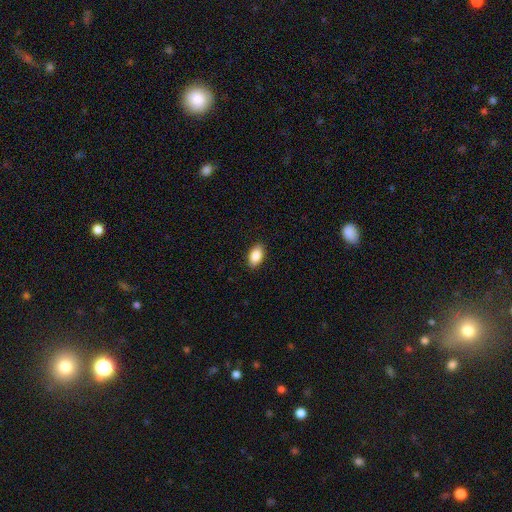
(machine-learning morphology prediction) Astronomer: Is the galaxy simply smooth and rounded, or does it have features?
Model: smooth — 88%.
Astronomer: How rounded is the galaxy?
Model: in between — 92%.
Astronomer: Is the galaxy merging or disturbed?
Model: none — 89%.